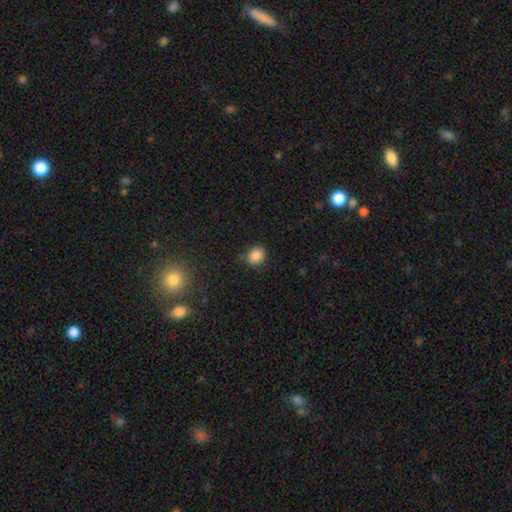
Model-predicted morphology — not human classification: Smooth or featured? smooth (85%)
How rounded? round (76%)
Merging? none (81%)